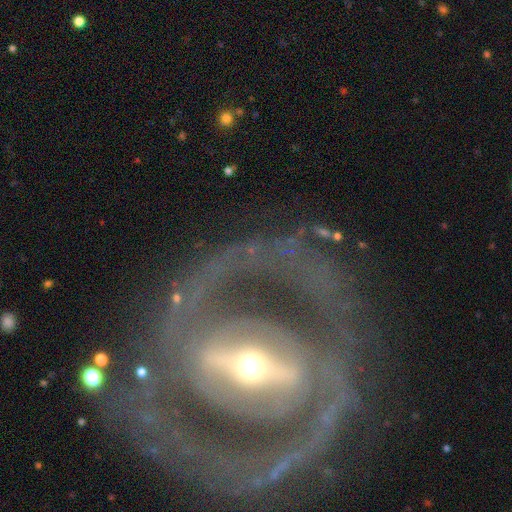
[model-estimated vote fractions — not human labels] This appears to be a featured or disk galaxy (87%) with a strong bar (73%), 2 (70%) tight (42%) spiral arms (75%) and a moderate central bulge (53%). Merging: none (65%).